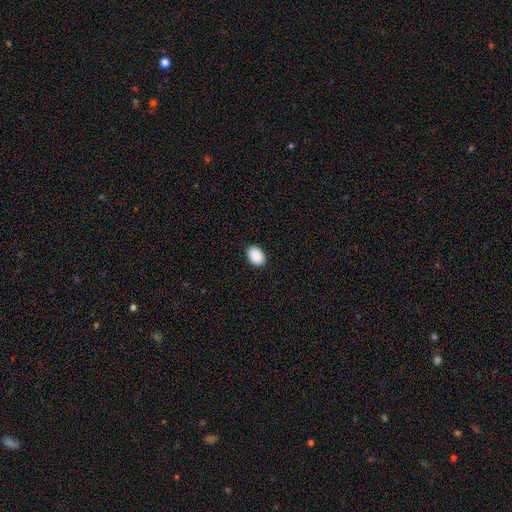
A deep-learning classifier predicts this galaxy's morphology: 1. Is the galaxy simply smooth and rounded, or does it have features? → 91% smooth, 7% star or artifact, 2% featured or disk.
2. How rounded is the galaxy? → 83% in between, 16% round, 1% cigar-shaped.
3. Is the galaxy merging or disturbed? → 90% none, 8% minor disturbance, 2% major disturbance, 1% merger.